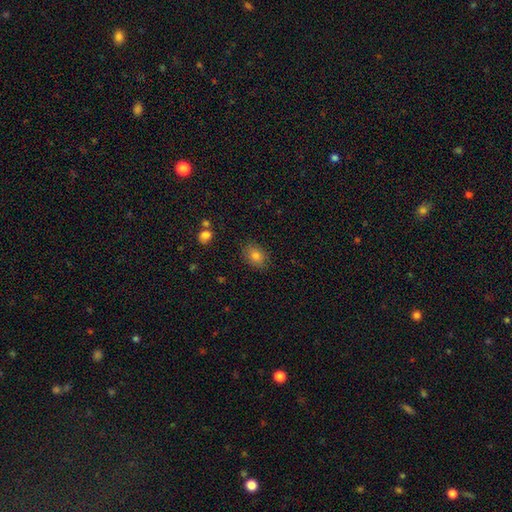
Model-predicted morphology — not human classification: This appears to be a smooth galaxy with no disk features (81%) that is in between round and cigar-shaped (68%). Merging: none (86%).